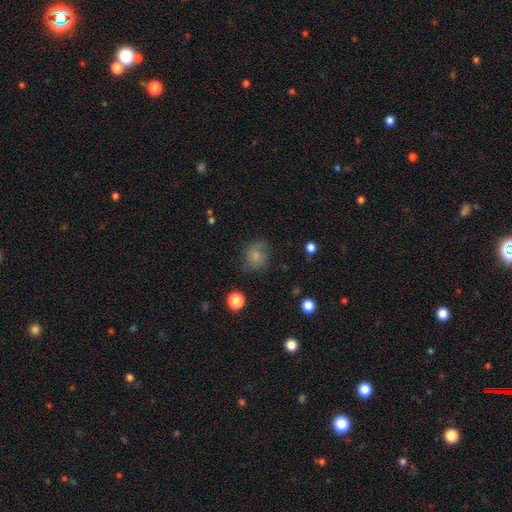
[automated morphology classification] Smooth or featured: smooth — 78% (star or artifact — 12%)
How rounded: round — 76% (in between — 23%)
Merging: none — 69% (minor disturbance — 21%)